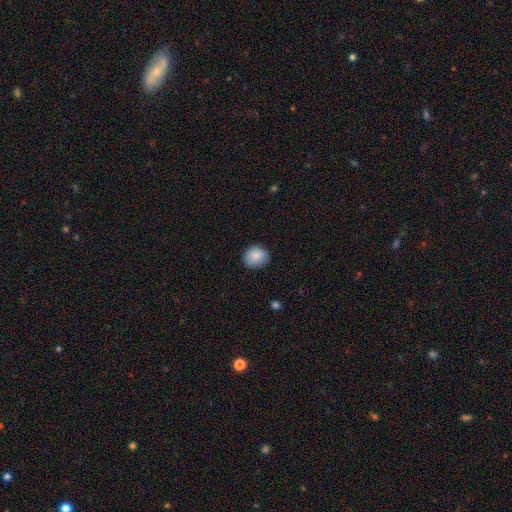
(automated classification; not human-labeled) This appears to be a smooth galaxy with no disk features (87%) that is round (73%). Merging: none (81%).